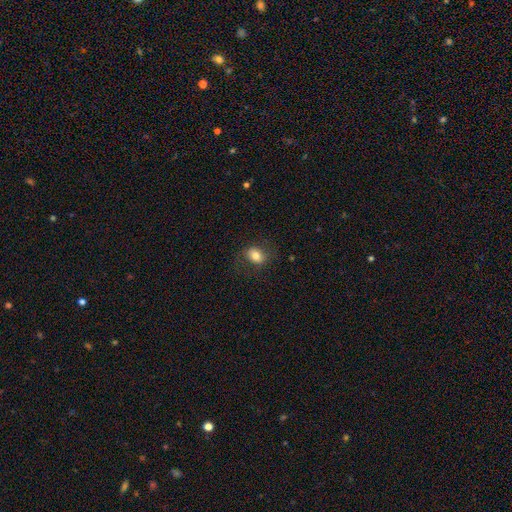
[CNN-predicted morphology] type=smooth (79%); roundness=in between (65%); merging=none (78%).